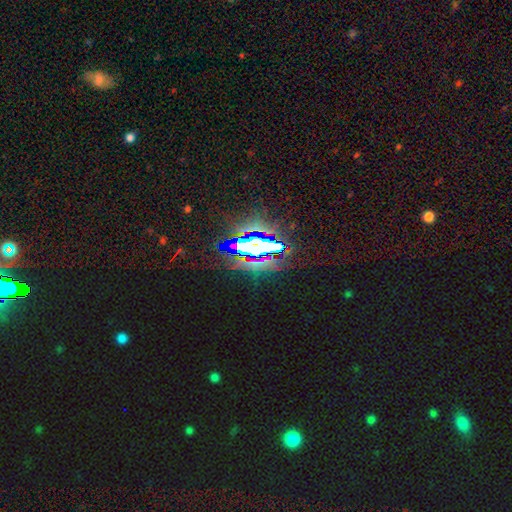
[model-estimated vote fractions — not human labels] This appears to be a star or artifact, not a galaxy (70%).